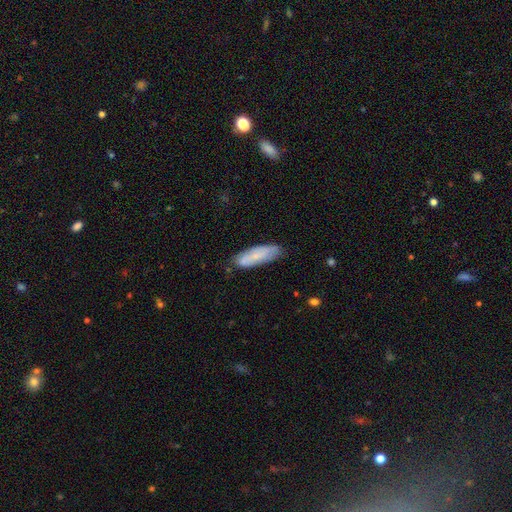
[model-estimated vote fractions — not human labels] Smooth or featured? Predicted: smooth (p=0.66). How rounded? Predicted: cigar-shaped (p=0.51). Merging? Predicted: none (p=0.75).